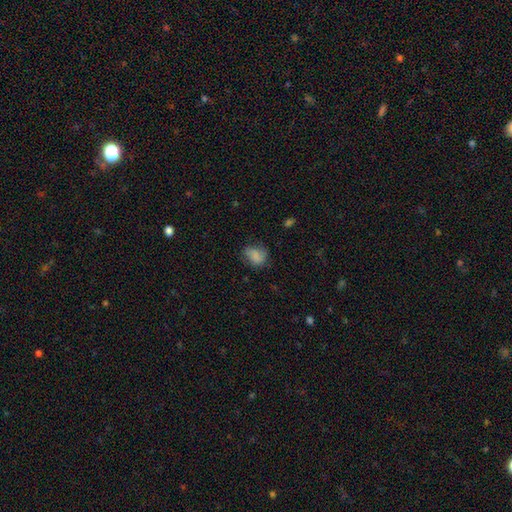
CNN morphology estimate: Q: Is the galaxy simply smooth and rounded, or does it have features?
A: smooth — 75%.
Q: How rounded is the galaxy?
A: in between — 53%.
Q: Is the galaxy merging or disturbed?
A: none — 59%.